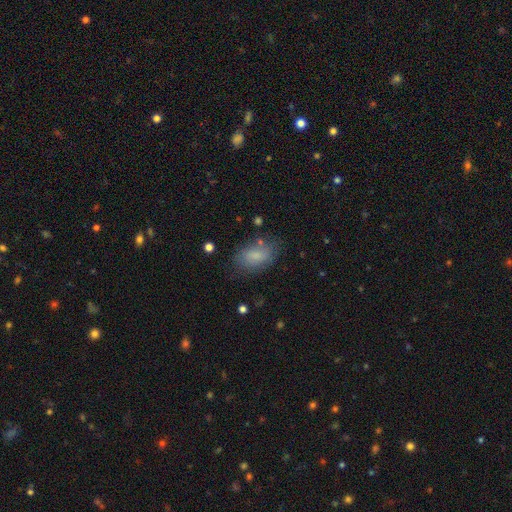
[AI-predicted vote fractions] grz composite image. It shows a smooth galaxy with no disk features (80%) that is in between round and cigar-shaped (90%). Merging: none (70%).